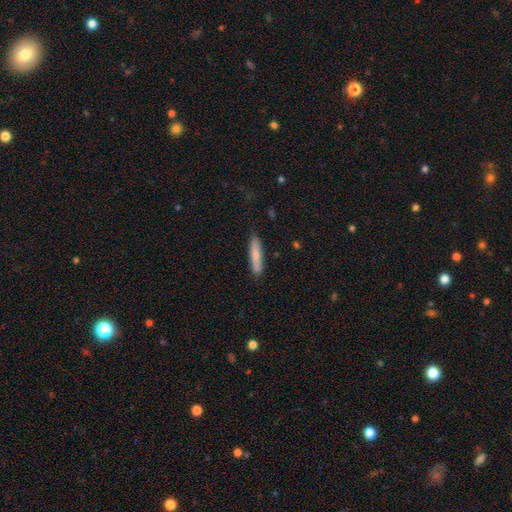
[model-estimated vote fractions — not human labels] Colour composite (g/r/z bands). It shows a smooth galaxy with no disk features (79%) that is cigar-shaped (86%). Merging: none (87%).